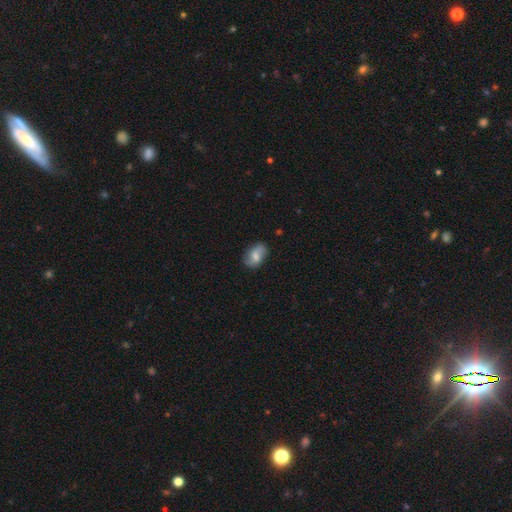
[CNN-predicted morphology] A smooth galaxy with no disk features (53%) that is in between round and cigar-shaped (83%). Merging: none (73%).